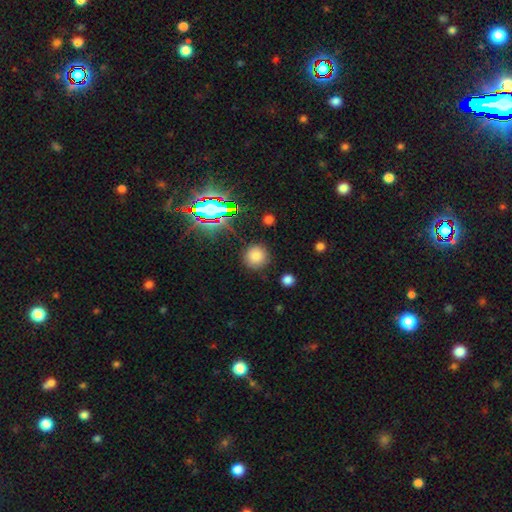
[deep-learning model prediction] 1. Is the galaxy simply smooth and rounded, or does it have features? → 75% smooth, 18% star or artifact, 7% featured or disk.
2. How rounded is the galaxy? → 93% round, 6% in between, 1% cigar-shaped.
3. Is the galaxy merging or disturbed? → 87% none, 8% minor disturbance, 3% major disturbance, 2% merger.